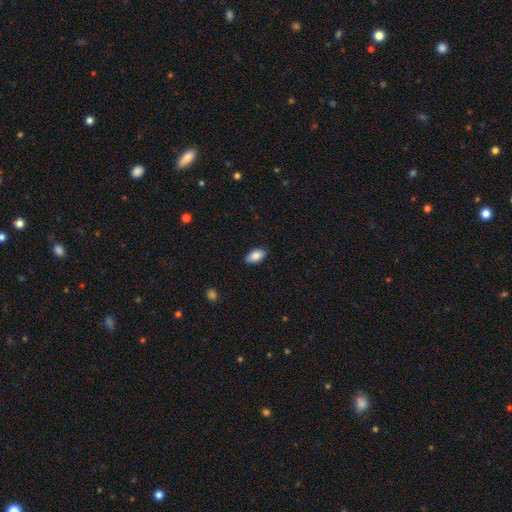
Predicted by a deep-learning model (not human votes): Smooth or featured? smooth (85%)
How rounded? in between (94%)
Merging? none (87%)